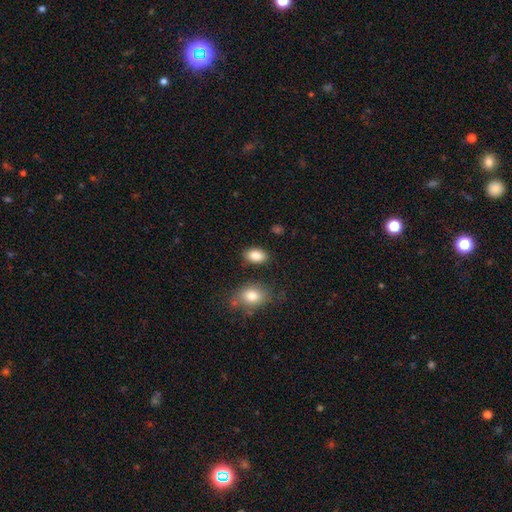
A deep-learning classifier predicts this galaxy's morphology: Overall: smooth (85%). How rounded: in between (89%). Merging: none (83%).